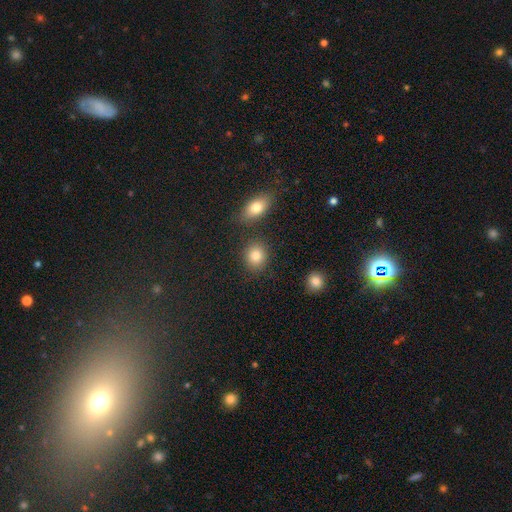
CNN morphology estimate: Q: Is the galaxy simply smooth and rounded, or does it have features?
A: smooth — 84%.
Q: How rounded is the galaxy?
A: round — 67%.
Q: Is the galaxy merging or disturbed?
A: none — 82%.